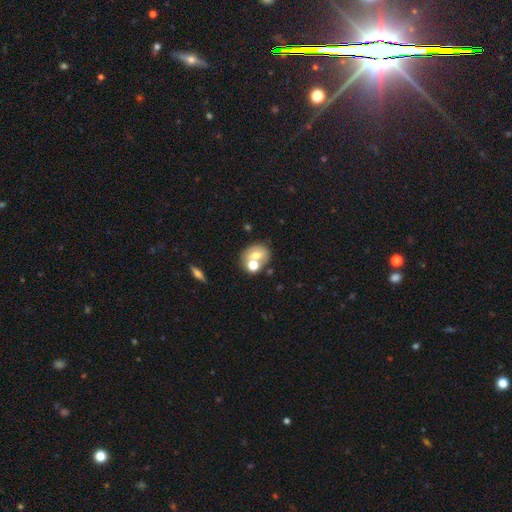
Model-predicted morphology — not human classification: A smooth galaxy with no disk features (62%) that is round (62%).

Vote fractions:
- Smooth or featured? smooth: 62% / featured or disk: 27% / star or artifact: 11%
- How rounded? round: 62% / in between: 37% / cigar-shaped: 1%
- Merging? none: 45% / merger: 40% / minor disturbance: 10% / major disturbance: 4%